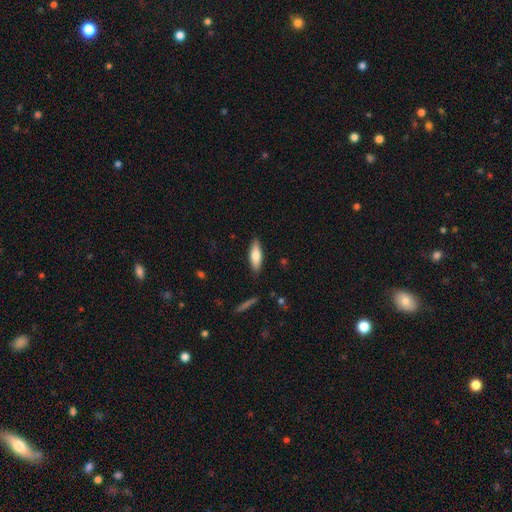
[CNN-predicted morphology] type=smooth (71%); roundness=in between (53%); merging=none (87%).